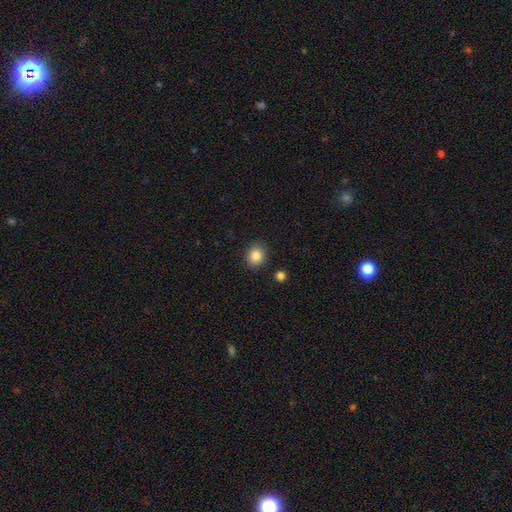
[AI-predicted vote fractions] Q: Smooth or featured?
A: smooth (86%); runner-up: star or artifact (9%)
Q: How rounded?
A: round (67%); runner-up: in between (32%)
Q: Merging?
A: none (87%); runner-up: minor disturbance (8%)